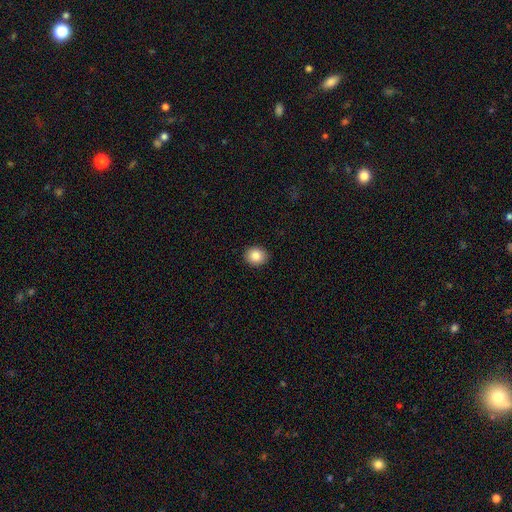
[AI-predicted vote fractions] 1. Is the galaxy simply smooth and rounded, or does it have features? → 85% smooth, 9% star or artifact, 6% featured or disk.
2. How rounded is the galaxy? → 71% round, 28% in between, 1% cigar-shaped.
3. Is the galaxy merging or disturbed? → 92% none, 6% minor disturbance, 2% major disturbance, 1% merger.